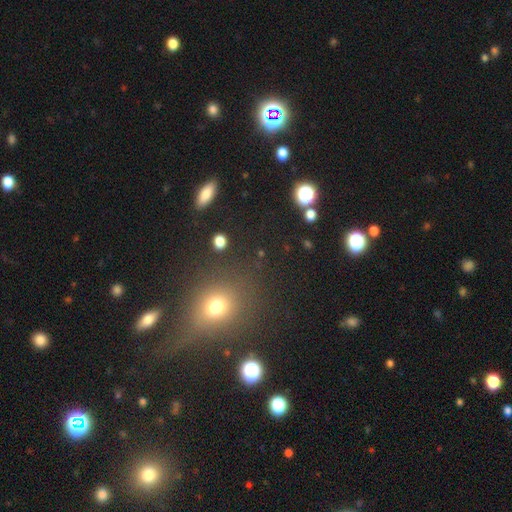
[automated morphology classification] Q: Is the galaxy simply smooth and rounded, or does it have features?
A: smooth — 49%.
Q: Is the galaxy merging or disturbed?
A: none — 78%.